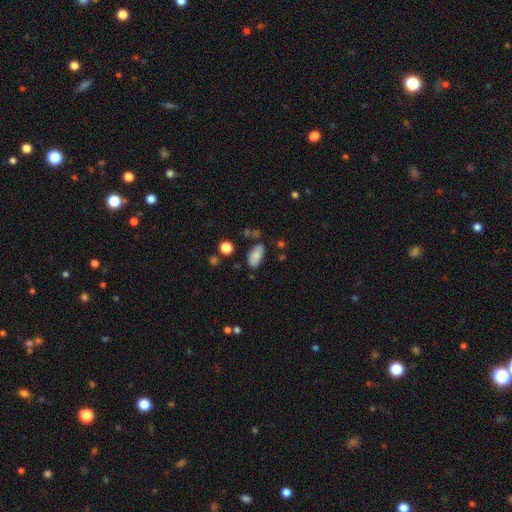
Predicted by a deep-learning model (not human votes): This appears to be a smooth galaxy with no disk features (80%) that is in between round and cigar-shaped (93%). Merging: none (71%).